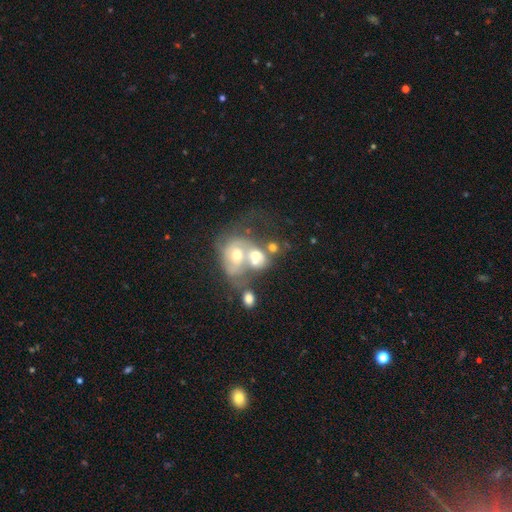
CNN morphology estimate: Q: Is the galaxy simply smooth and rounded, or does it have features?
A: featured or disk — 46%.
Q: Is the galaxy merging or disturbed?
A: merger — 67%.